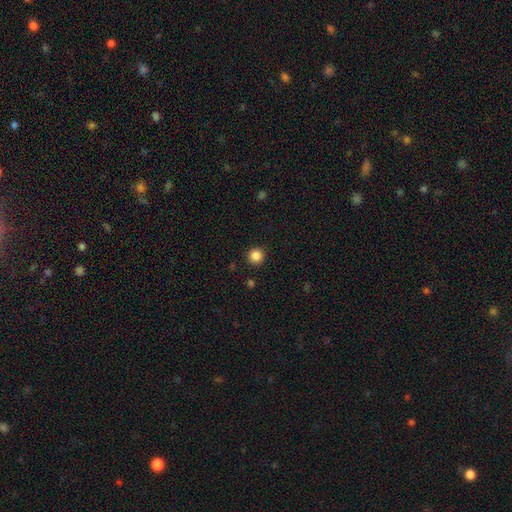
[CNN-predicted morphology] Q: Smooth or featured?
A: smooth (85%); runner-up: star or artifact (11%)
Q: How rounded?
A: round (95%); runner-up: in between (4%)
Q: Merging?
A: none (92%); runner-up: minor disturbance (5%)